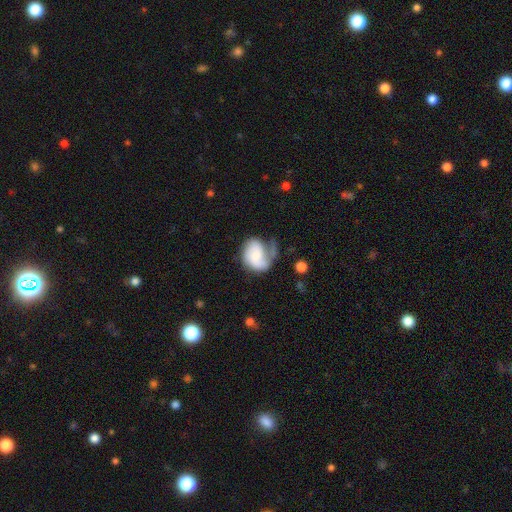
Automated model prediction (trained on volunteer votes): smooth_or_featured: featured or disk (p=0.57) [alt: smooth p=0.35]
disk_edge_on: no (p=0.98) [alt: yes p=0.02]
bar: no (p=0.65) [alt: weak p=0.28]
has_spiral_arms: yes (p=0.86) [alt: no p=0.14]
bulge_size: small (p=0.38) [alt: moderate p=0.25]
merging: major disturbance (p=0.36) [alt: none p=0.30]